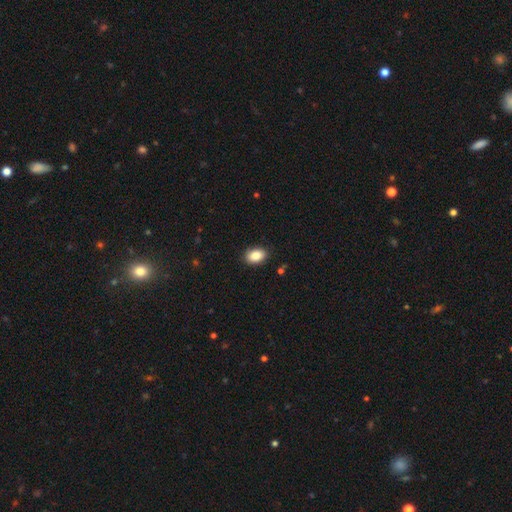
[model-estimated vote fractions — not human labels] This is clearly a smooth galaxy (87%). How rounded: clearly in between (84%). Merging: clearly none (89%).